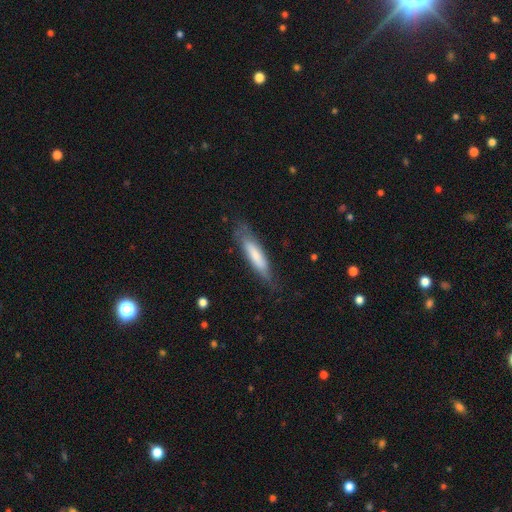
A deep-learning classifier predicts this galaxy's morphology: This is likely a smooth galaxy (67%). How rounded: likely cigar-shaped (76%). Merging: likely none (72%).